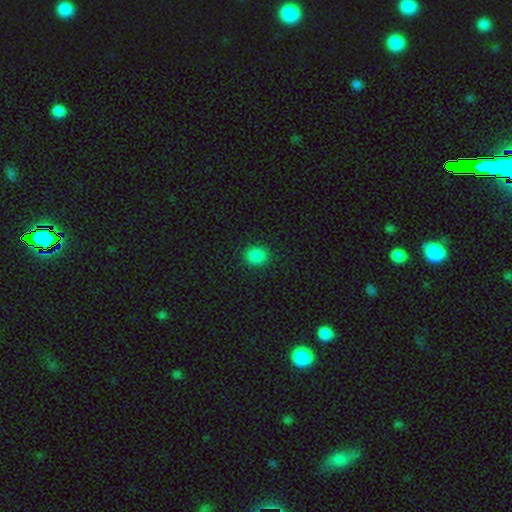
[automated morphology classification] The model was most divided on "how rounded": round: 62%, in between: 37%, cigar-shaped: 1%. More confident: merging — none (89%); smooth or featured — smooth (86%).